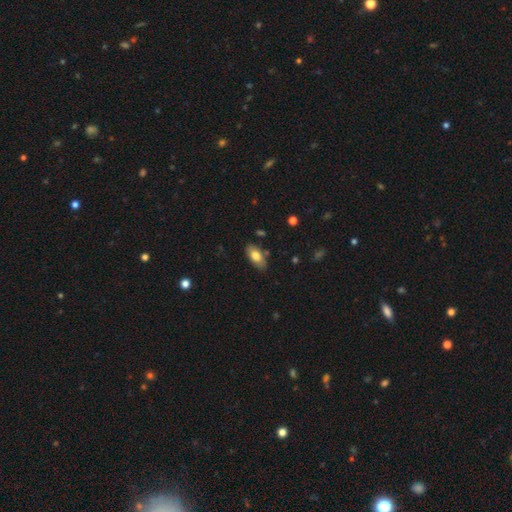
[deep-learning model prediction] Morphology: type=smooth (75%); roundness=in between (92%); merging=none (82%).